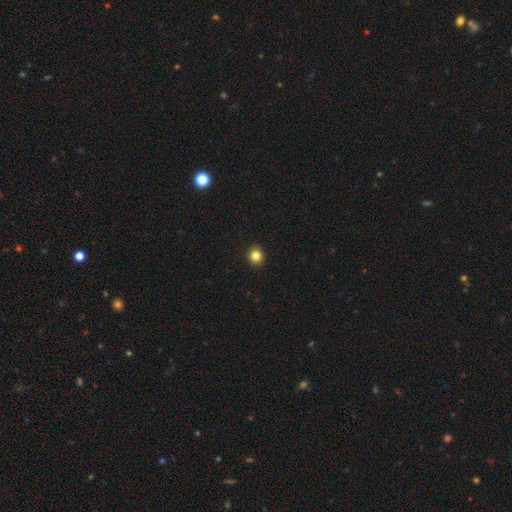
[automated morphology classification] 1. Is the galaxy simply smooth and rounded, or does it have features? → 84% smooth, 12% star or artifact, 5% featured or disk.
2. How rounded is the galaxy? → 86% round, 13% in between, 1% cigar-shaped.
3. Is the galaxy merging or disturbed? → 93% none, 4% minor disturbance, 1% major disturbance, 1% merger.